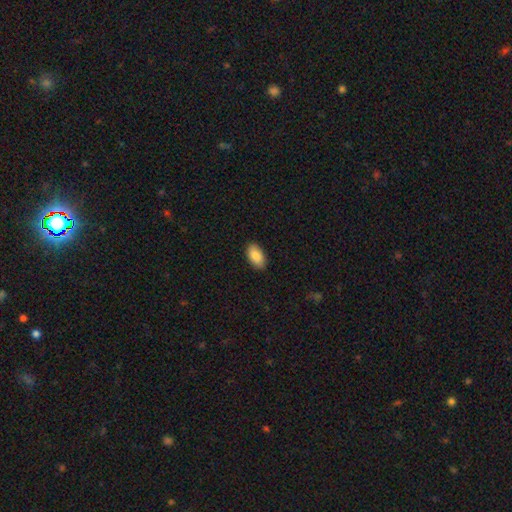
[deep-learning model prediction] A smooth galaxy with no disk features (87%) that is in between round and cigar-shaped (95%).

Vote fractions:
- Smooth or featured? smooth: 87% / star or artifact: 6% / featured or disk: 6%
- How rounded? in between: 95% / round: 3% / cigar-shaped: 2%
- Merging? none: 88% / minor disturbance: 9% / major disturbance: 2% / merger: 1%